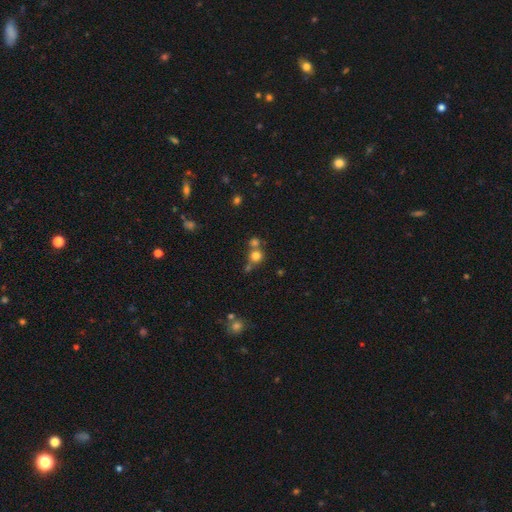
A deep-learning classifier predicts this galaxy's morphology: Q: Smooth or featured?
A: smooth (74%); runner-up: star or artifact (16%)
Q: How rounded?
A: round (89%); runner-up: in between (10%)
Q: Merging?
A: none (55%); runner-up: merger (34%)